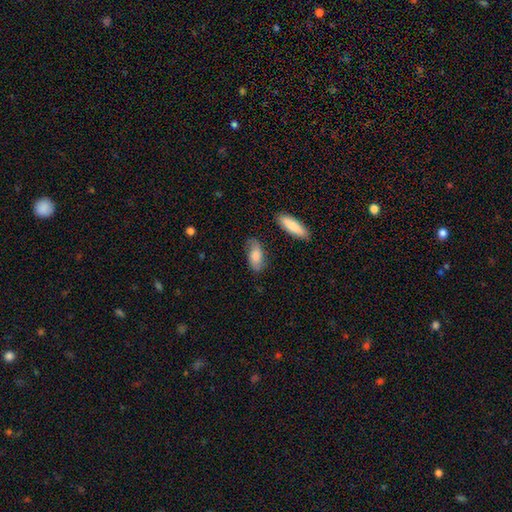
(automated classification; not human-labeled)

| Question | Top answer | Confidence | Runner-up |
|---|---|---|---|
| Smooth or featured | smooth | 68% | featured or disk (25%) |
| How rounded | in between | 87% | cigar-shaped (10%) |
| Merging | none | 71% | minor disturbance (21%) |